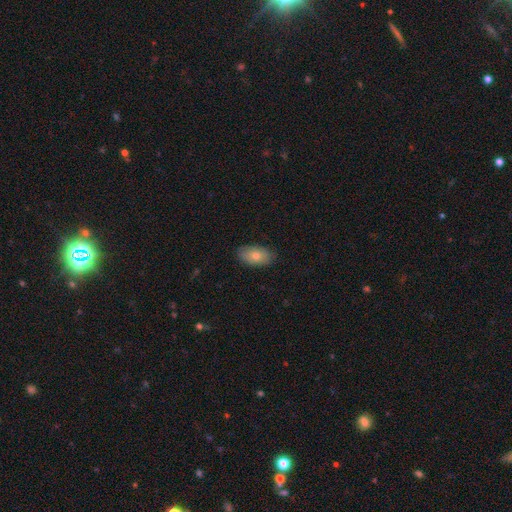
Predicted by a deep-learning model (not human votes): Morphology: type=smooth (74%); roundness=in between (93%); merging=none (86%).